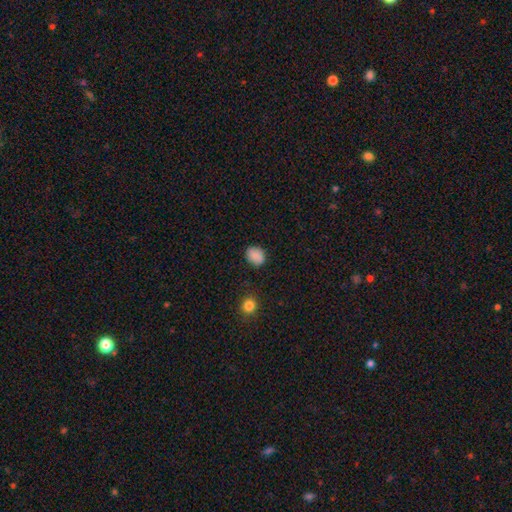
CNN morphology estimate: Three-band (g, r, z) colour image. It shows a smooth galaxy with no disk features (86%) that is in between round and cigar-shaped (54%). Merging: none (81%).